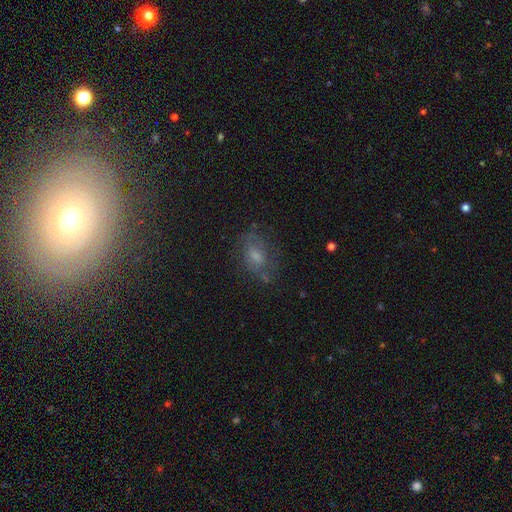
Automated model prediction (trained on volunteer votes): A smooth galaxy with no disk features (44%). Merging: none (62%).